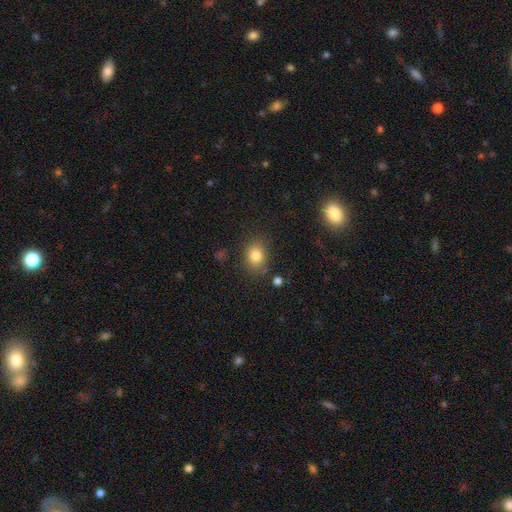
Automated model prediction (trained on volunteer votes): Smooth or featured: smooth — 81% (star or artifact — 11%)
How rounded: round — 51% (in between — 48%)
Merging: none — 79% (minor disturbance — 14%)